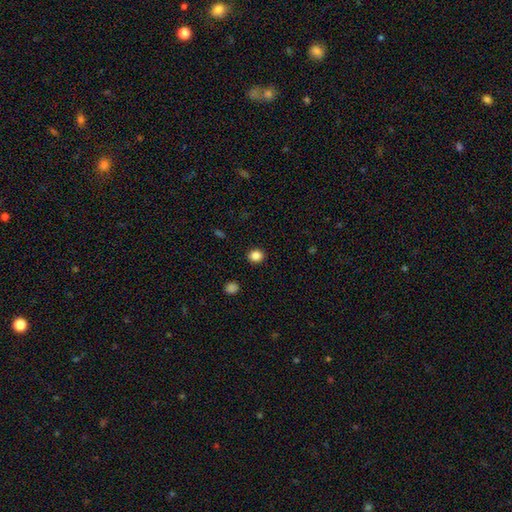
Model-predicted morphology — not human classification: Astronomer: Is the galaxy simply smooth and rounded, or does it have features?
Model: smooth — 85%.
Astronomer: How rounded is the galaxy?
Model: round — 78%.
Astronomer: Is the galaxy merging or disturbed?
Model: none — 91%.